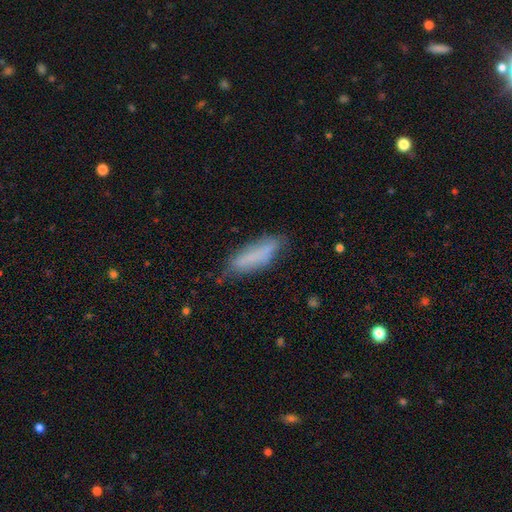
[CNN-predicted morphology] smooth 72%, featured or disk 19%, star or artifact 8%. Down the decision tree: how rounded — cigar-shaped (57%); merging — none (65%).